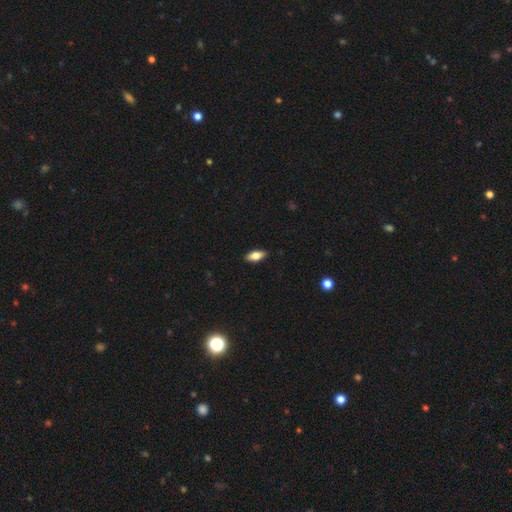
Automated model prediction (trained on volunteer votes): A smooth galaxy with no disk features (75%) that is in between round and cigar-shaped (86%).

Vote fractions:
- Smooth or featured? smooth: 75% / featured or disk: 18% / star or artifact: 7%
- How rounded? in between: 86% / cigar-shaped: 12% / round: 3%
- Merging? none: 89% / minor disturbance: 8% / major disturbance: 2% / merger: 1%